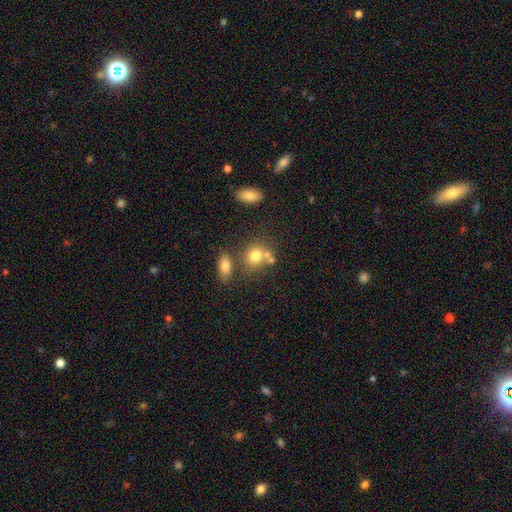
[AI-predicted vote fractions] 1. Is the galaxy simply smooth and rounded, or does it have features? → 74% smooth, 14% featured or disk, 12% star or artifact.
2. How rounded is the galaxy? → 66% round, 33% in between, 1% cigar-shaped.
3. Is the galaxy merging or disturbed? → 49% none, 33% merger, 13% minor disturbance, 6% major disturbance.